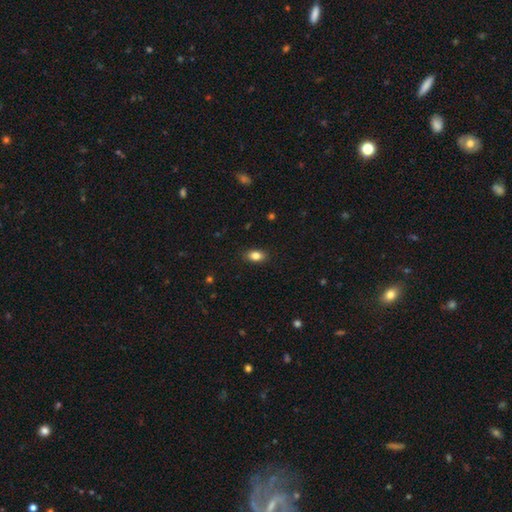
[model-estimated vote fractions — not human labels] Smooth or featured: smooth — 84% (star or artifact — 9%)
How rounded: in between — 85% (round — 12%)
Merging: none — 88% (minor disturbance — 9%)